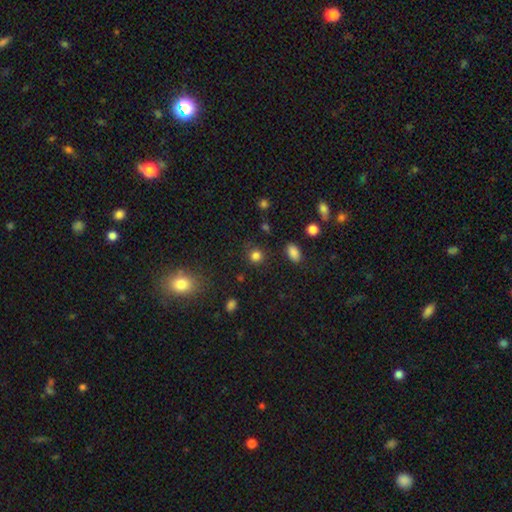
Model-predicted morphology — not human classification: The model was most divided on "smooth or featured": smooth: 82%, star or artifact: 14%, featured or disk: 5%. More confident: how rounded — round (87%); merging — none (85%).